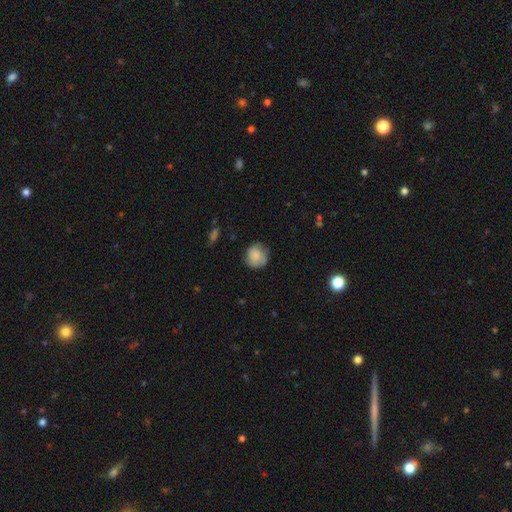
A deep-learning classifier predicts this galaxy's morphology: smooth_or_featured: smooth (p=0.82) [alt: featured or disk p=0.11]
how_rounded: round (p=0.86) [alt: in between p=0.13]
merging: none (p=0.71) [alt: minor disturbance p=0.22]